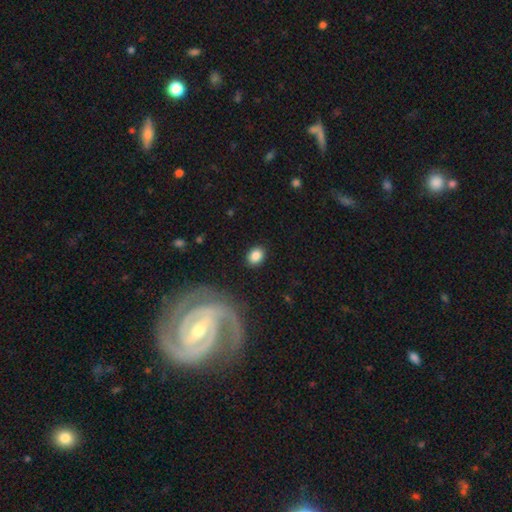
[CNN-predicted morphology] type=smooth (86%); roundness=in between (53%); merging=none (88%).